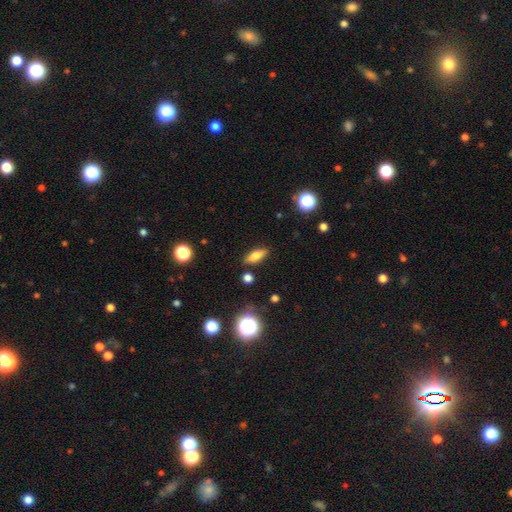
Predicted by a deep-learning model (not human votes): smooth_or_featured: smooth (p=0.66) [alt: featured or disk p=0.24]
how_rounded: in between (p=0.64) [alt: cigar-shaped p=0.31]
merging: none (p=0.86) [alt: minor disturbance p=0.10]